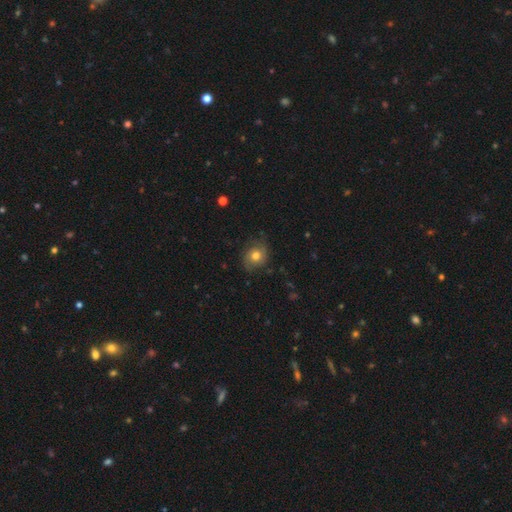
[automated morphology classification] Smooth or featured? smooth (47%)
Merging? none (71%)